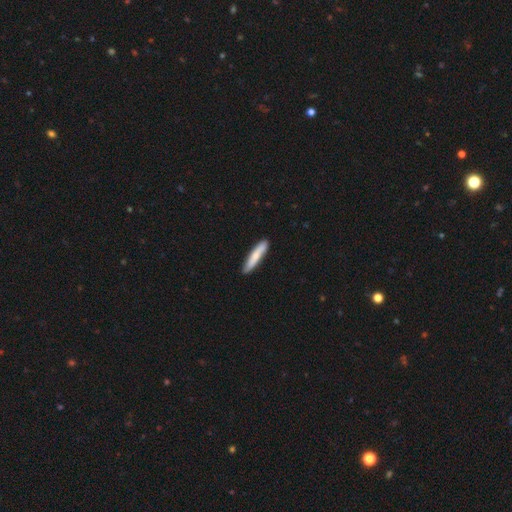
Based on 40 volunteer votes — A smooth galaxy with no disk features (60%) that is cigar-shaped (83%). Merging: none (81%).